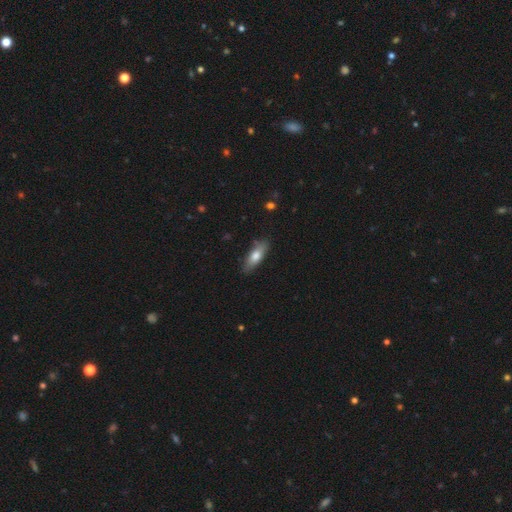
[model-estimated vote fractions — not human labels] Smooth or featured?
  - smooth: 71% *
  - featured or disk: 23%
  - star or artifact: 6%
How rounded?
  - in between: 59% *
  - cigar-shaped: 38%
  - round: 2%
Merging?
  - none: 82% *
  - minor disturbance: 14%
  - major disturbance: 3%
  - merger: 2%